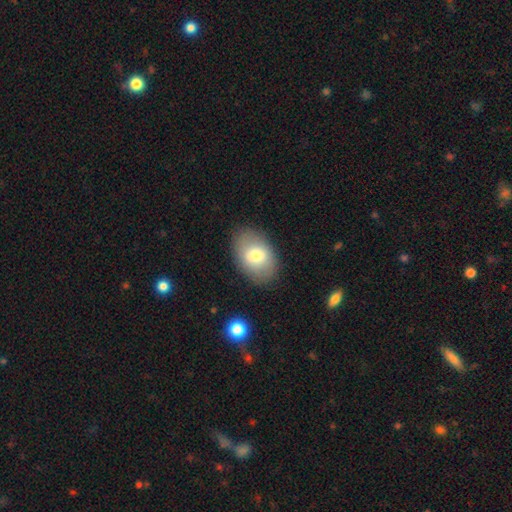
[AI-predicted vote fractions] The model was most divided on "smooth or featured": smooth: 74%, featured or disk: 19%, star or artifact: 7%. More confident: merging — none (85%); how rounded — in between (85%).